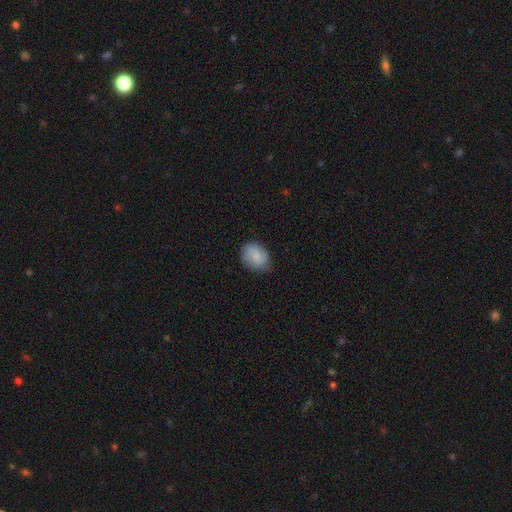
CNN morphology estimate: This appears to be a smooth galaxy with no disk features (76%) that is in between round and cigar-shaped (54%). Merging: none (74%).